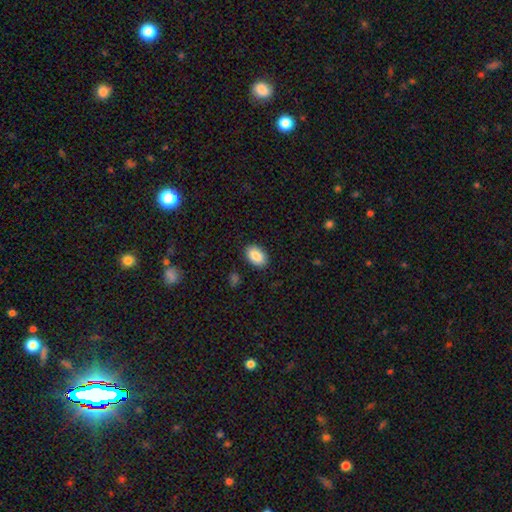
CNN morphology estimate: Overall: smooth (88%). How rounded: in between (90%). Merging: none (88%).